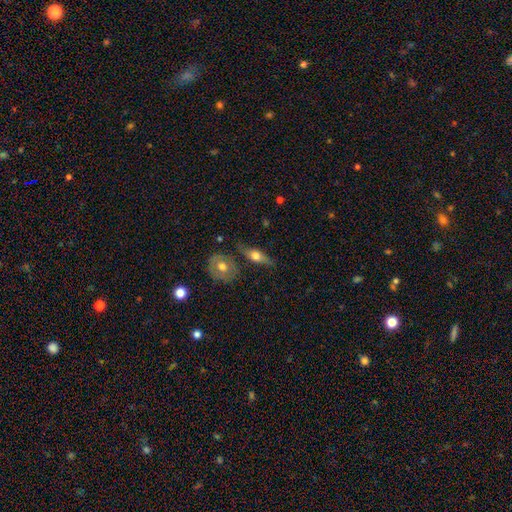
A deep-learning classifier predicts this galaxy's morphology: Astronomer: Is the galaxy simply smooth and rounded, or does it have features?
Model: smooth — 50% (runner-up: featured or disk, 43%).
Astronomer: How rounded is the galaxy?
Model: in between — 59%.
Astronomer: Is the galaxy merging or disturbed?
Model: none — 69%.